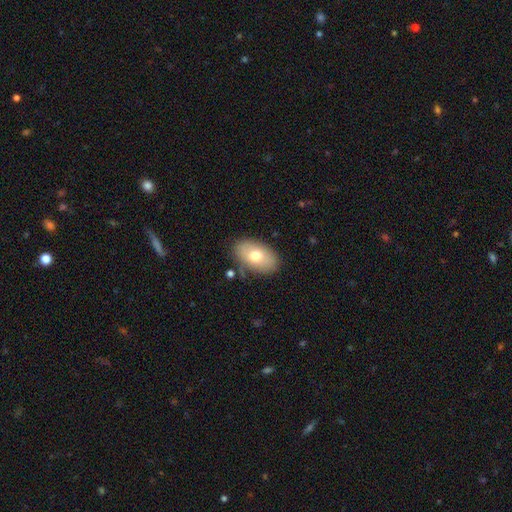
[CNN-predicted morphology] This appears to be a smooth galaxy with no disk features (73%) that is in between round and cigar-shaped (92%). Merging: none (80%).